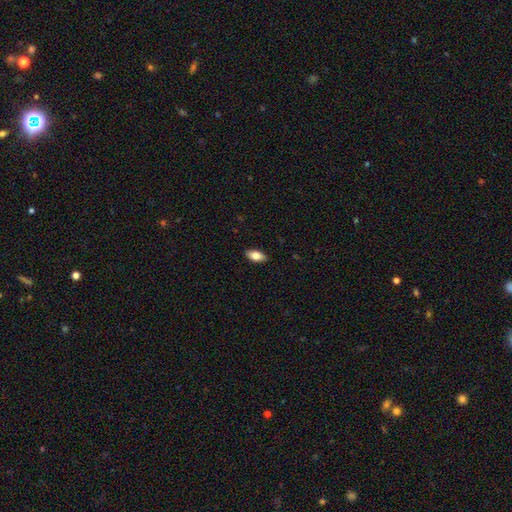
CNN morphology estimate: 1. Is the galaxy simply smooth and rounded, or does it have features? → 78% smooth, 16% featured or disk, 7% star or artifact.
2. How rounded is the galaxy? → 89% in between, 8% cigar-shaped, 3% round.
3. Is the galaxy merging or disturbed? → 89% none, 8% minor disturbance, 2% major disturbance, 1% merger.